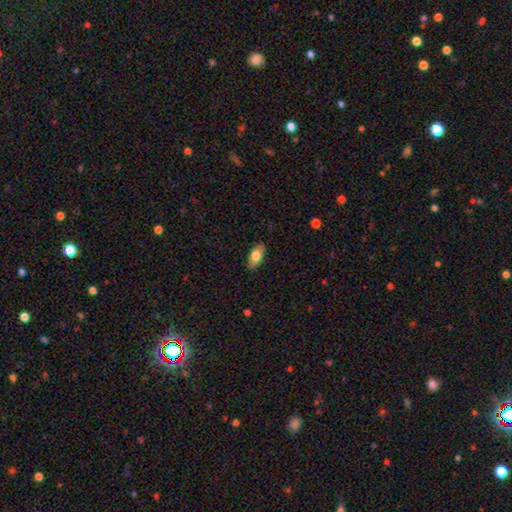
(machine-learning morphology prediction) Overall: smooth (76%). How rounded: in between (90%). Merging: none (83%).